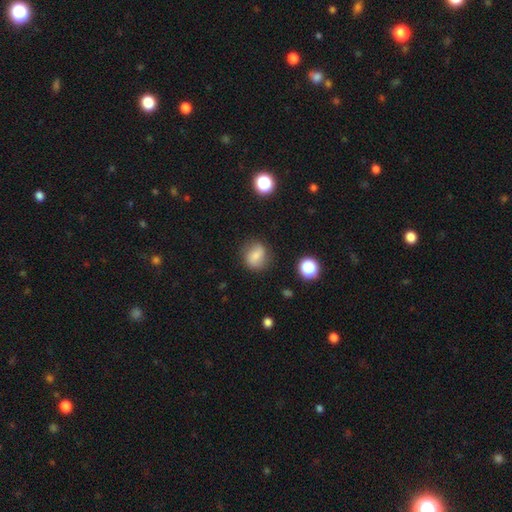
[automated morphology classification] smooth 68%, featured or disk 21%, star or artifact 11%. Down the decision tree: how rounded — round (67%); merging — none (77%).